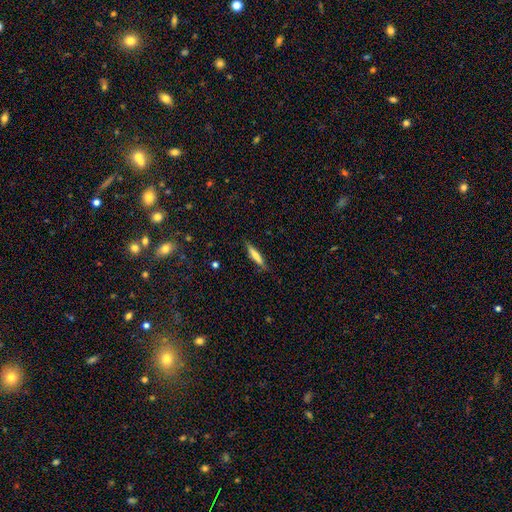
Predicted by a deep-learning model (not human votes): smooth_or_featured: smooth (p=0.61) [alt: featured or disk p=0.32]
how_rounded: cigar-shaped (p=0.87) [alt: in between p=0.12]
merging: none (p=0.85) [alt: minor disturbance p=0.12]